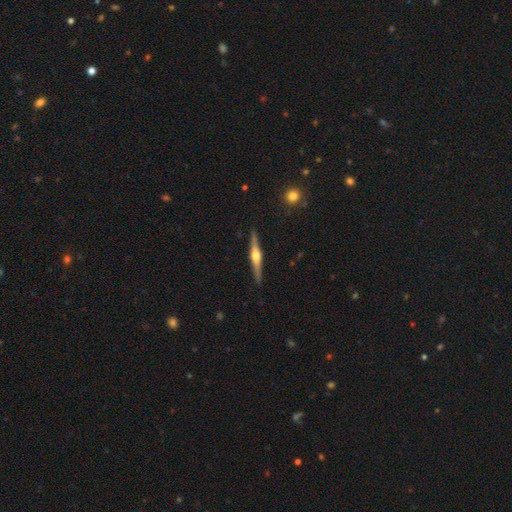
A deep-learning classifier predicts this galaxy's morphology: Q: Smooth or featured?
A: featured or disk (76%); runner-up: smooth (19%)
Q: Edge-on disk?
A: yes (98%); runner-up: no (2%)
Q: Edge-on bulge?
A: rounded (93%); runner-up: boxy (4%)
Q: Merging?
A: none (90%); runner-up: minor disturbance (7%)